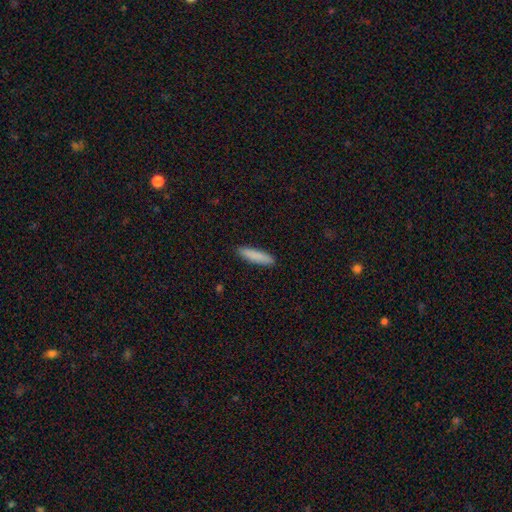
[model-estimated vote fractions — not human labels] Smooth or featured?
  - smooth: 87% *
  - featured or disk: 8%
  - star or artifact: 6%
How rounded?
  - cigar-shaped: 84% *
  - in between: 15%
  - round: 1%
Merging?
  - none: 91% *
  - minor disturbance: 6%
  - major disturbance: 1%
  - merger: 1%